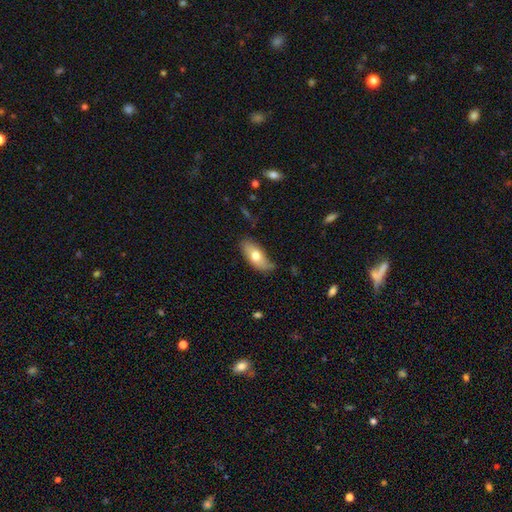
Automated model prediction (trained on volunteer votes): Morphology: type=smooth (70%); roundness=in between (87%); merging=none (68%).